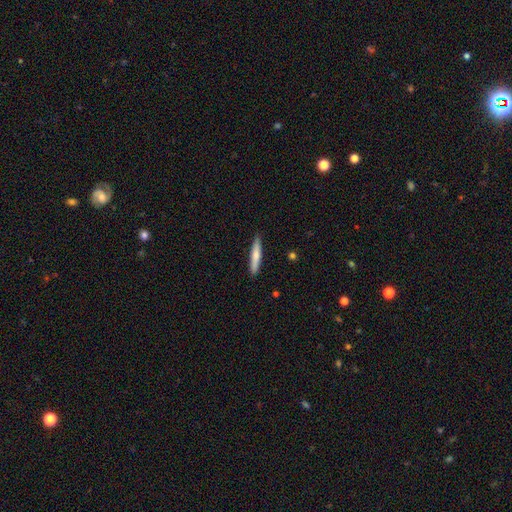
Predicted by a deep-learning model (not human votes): Smooth or featured? Predicted: smooth (p=0.68). How rounded? Predicted: cigar-shaped (p=0.92). Merging? Predicted: none (p=0.89).